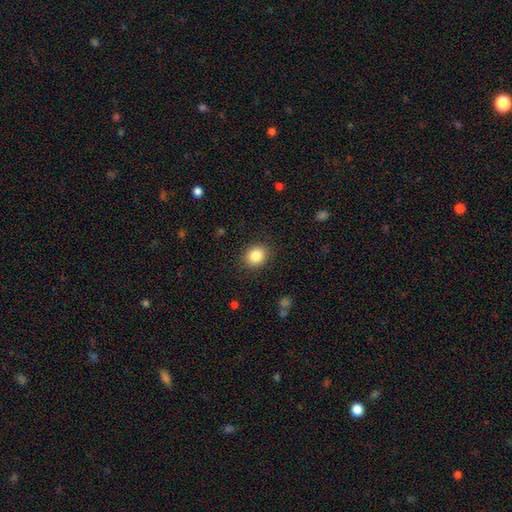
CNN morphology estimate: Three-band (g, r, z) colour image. It shows a smooth galaxy with no disk features (85%) that is round (65%). Merging: none (88%).